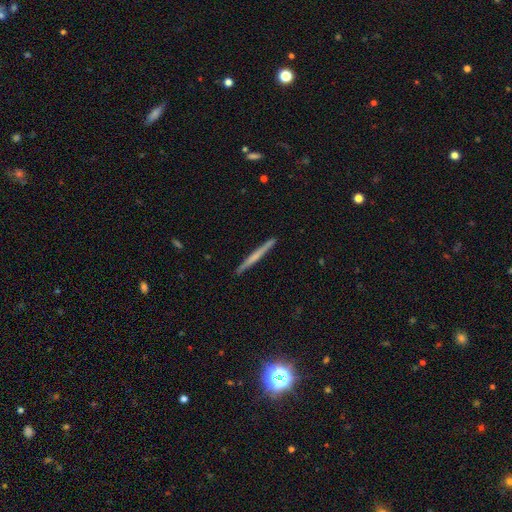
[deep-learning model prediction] smooth-or-featured: featured or disk: 52% | smooth: 42% | star or artifact: 6%
  disk-edge-on: yes: 98% | no: 2%
    edge-on-bulge: none: 69% | rounded: 24% | boxy: 8%
  merging: none: 92% | minor disturbance: 6% | major disturbance: 1% | merger: 1%